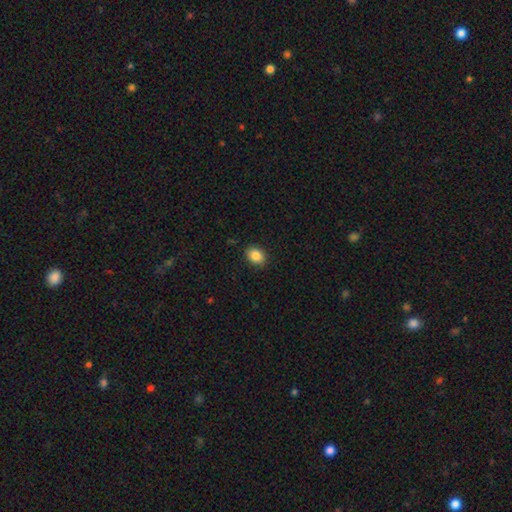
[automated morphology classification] smooth 86%, star or artifact 9%, featured or disk 5%. Down the decision tree: how rounded — in between (61%); merging — none (89%).